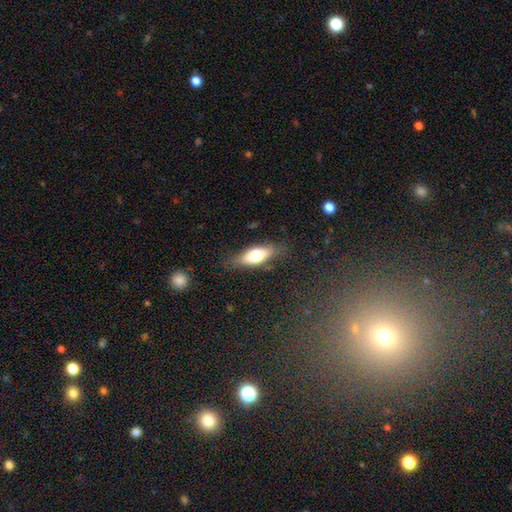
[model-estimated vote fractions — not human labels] Q: Smooth or featured?
A: smooth (67%); runner-up: featured or disk (27%)
Q: How rounded?
A: in between (69%); runner-up: cigar-shaped (28%)
Q: Merging?
A: none (77%); runner-up: minor disturbance (17%)